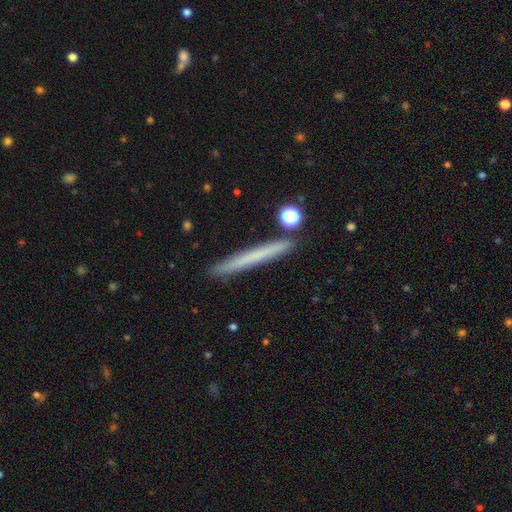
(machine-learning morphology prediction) A smooth galaxy with no disk features (60%) that is cigar-shaped (97%).

Vote fractions:
- Smooth or featured? smooth: 60% / featured or disk: 33% / star or artifact: 7%
- How rounded? cigar-shaped: 97% / in between: 2% / round: 1%
- Merging? none: 90% / minor disturbance: 7% / merger: 2% / major disturbance: 1%